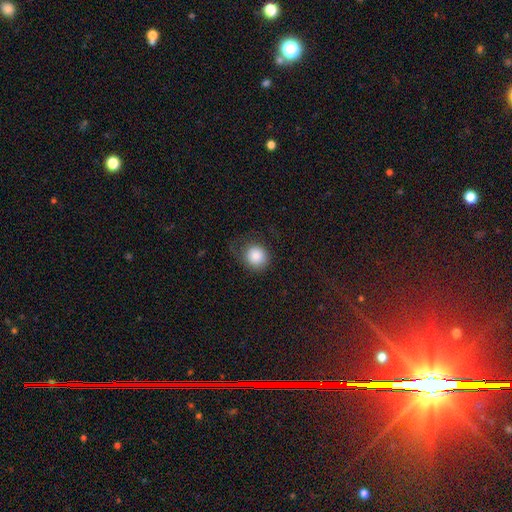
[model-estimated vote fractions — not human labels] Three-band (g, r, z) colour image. It shows a smooth galaxy with no disk features (84%) that is round (89%). Merging: none (69%).